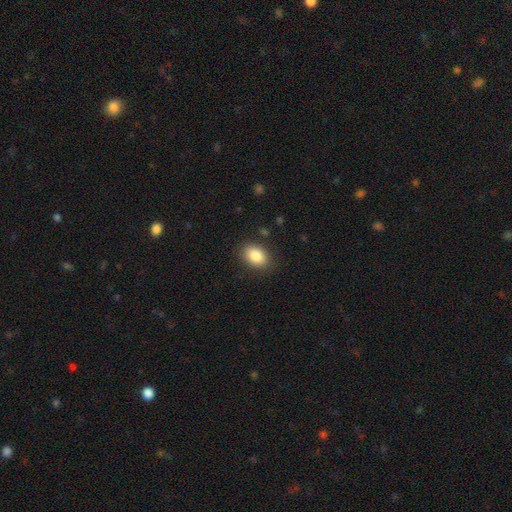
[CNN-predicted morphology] The model was most divided on "how rounded": in between: 82%, round: 16%, cigar-shaped: 1%. More confident: merging — none (86%); smooth or featured — smooth (86%).